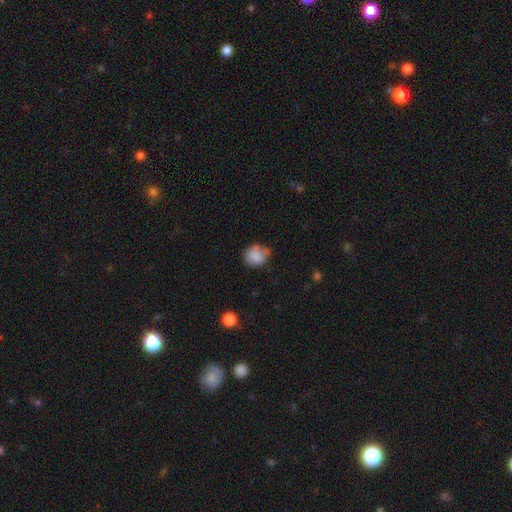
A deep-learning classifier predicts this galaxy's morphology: Smooth or featured? Predicted: smooth (p=0.82). How rounded? Predicted: round (p=0.69). Merging? Predicted: none (p=0.54).